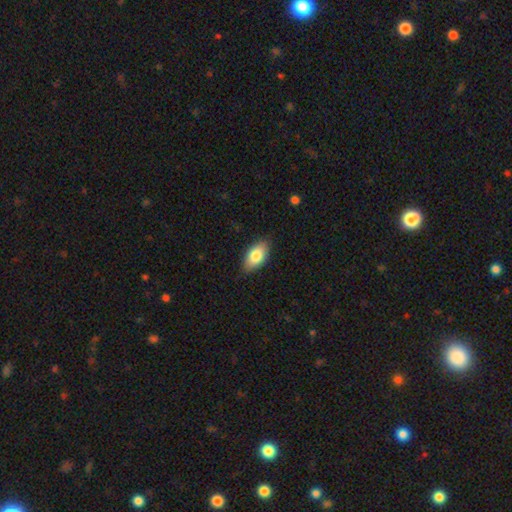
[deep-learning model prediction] This appears to be a smooth galaxy with no disk features (81%) that is in between round and cigar-shaped (92%). Merging: none (85%).